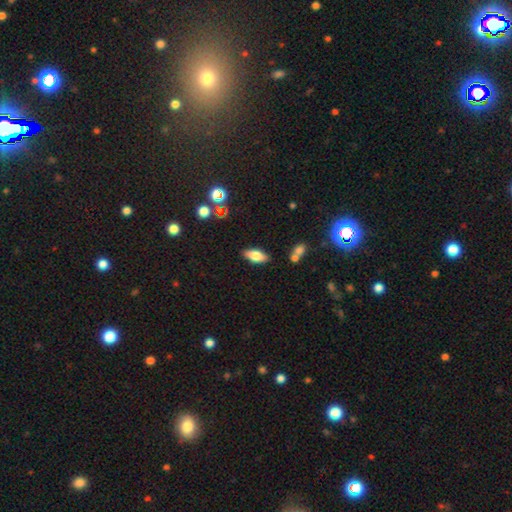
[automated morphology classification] Q: Smooth or featured?
A: smooth (70%); runner-up: featured or disk (22%)
Q: How rounded?
A: in between (83%); runner-up: cigar-shaped (14%)
Q: Merging?
A: none (84%); runner-up: minor disturbance (10%)